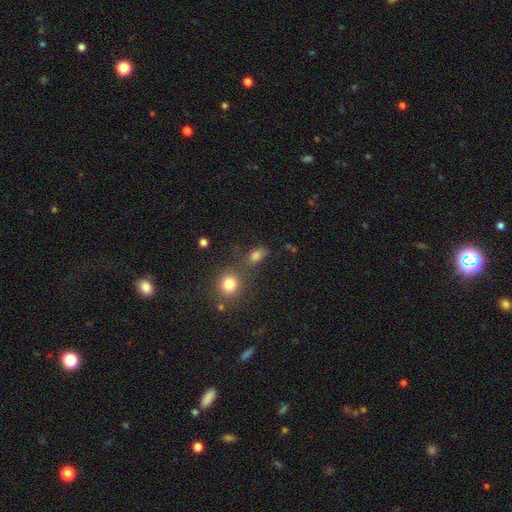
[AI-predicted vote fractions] Smooth or featured? smooth (74%)
How rounded? in between (71%)
Merging? none (59%)